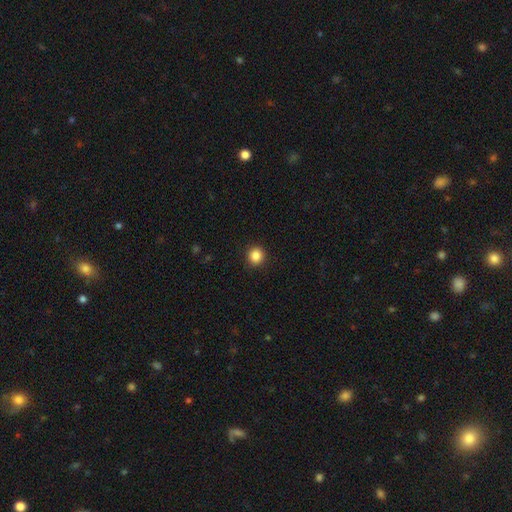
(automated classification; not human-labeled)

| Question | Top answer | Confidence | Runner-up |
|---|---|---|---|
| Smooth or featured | smooth | 86% | star or artifact (10%) |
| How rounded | round | 89% | in between (10%) |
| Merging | none | 91% | minor disturbance (6%) |